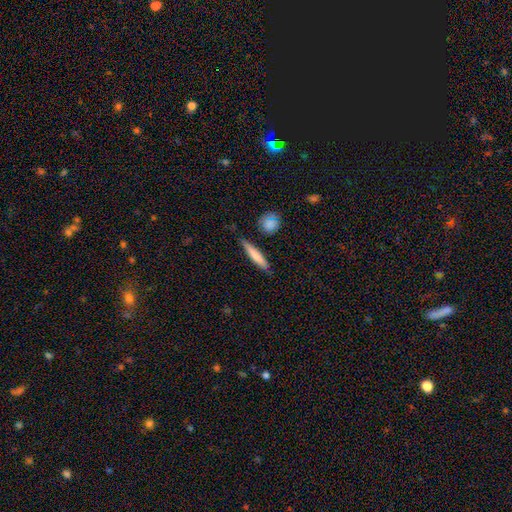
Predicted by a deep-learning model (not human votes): smooth 73%, featured or disk 22%, star or artifact 6%. Down the decision tree: how rounded — cigar-shaped (90%); merging — none (84%).